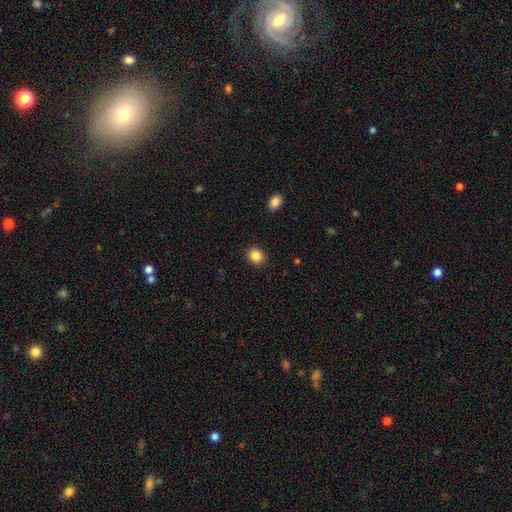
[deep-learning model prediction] Overall: smooth (86%). How rounded: round (73%). Merging: none (91%).